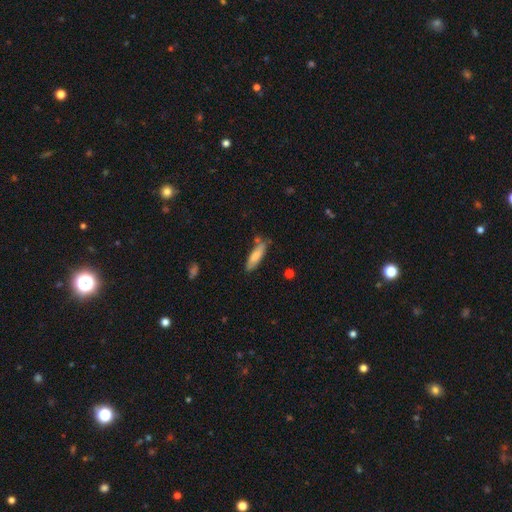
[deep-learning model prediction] smooth 75%, featured or disk 18%, star or artifact 6%. Down the decision tree: how rounded — cigar-shaped (60%); merging — none (72%).